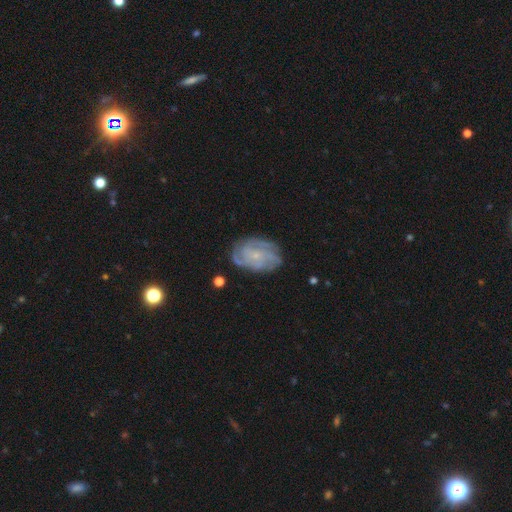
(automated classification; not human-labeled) This appears to be a featured or disk galaxy (79%) with no bar (75%), tight (60%) spiral arms (93%) and a small central bulge (77%). Merging: none (75%).